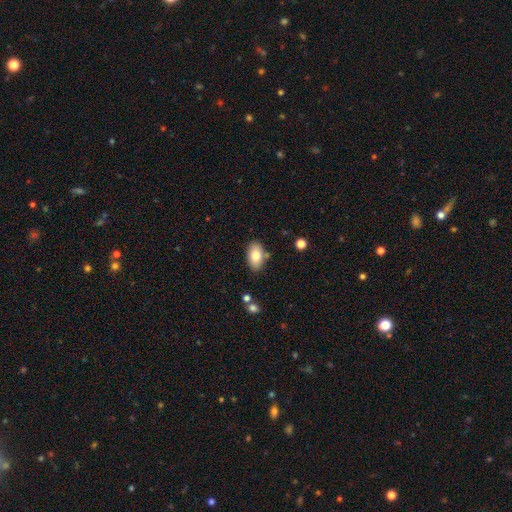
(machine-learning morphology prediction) Smooth or featured: smooth — 79% (featured or disk — 13%)
How rounded: in between — 92% (round — 6%)
Merging: none — 80% (minor disturbance — 13%)